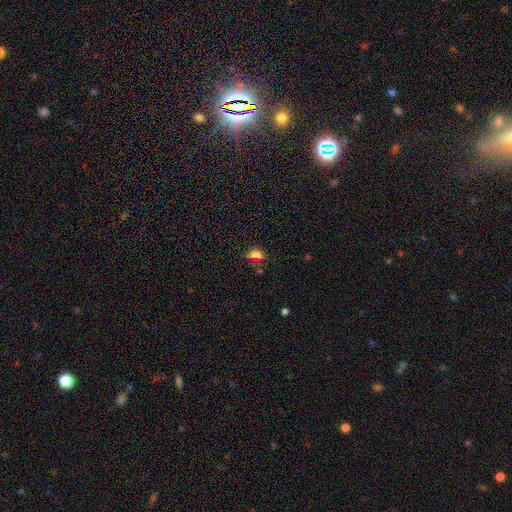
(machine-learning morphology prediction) Q: Smooth or featured?
A: smooth (73%); runner-up: star or artifact (18%)
Q: How rounded?
A: in between (70%); runner-up: round (26%)
Q: Merging?
A: none (61%); runner-up: minor disturbance (22%)